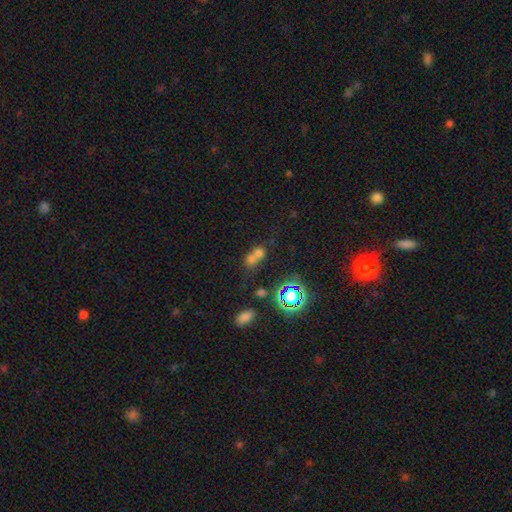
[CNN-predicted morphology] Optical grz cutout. It shows a smooth galaxy with no disk features (61%) that is round (64%). Merging: merger (65%).